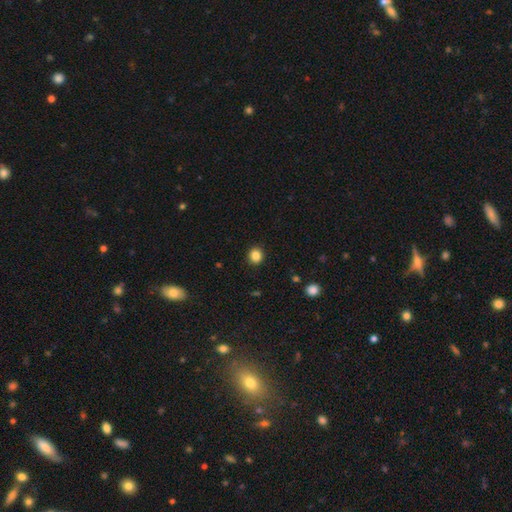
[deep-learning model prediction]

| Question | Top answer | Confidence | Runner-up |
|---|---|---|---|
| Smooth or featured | smooth | 85% | star or artifact (11%) |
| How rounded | round | 80% | in between (19%) |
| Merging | none | 91% | minor disturbance (6%) |